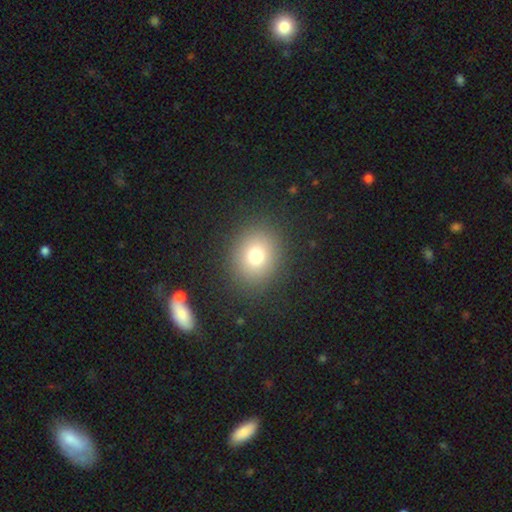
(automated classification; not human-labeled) Smooth or featured?
  - smooth: 75% *
  - star or artifact: 15%
  - featured or disk: 10%
How rounded?
  - round: 69% *
  - in between: 30%
  - cigar-shaped: 1%
Merging?
  - none: 88% *
  - minor disturbance: 7%
  - major disturbance: 4%
  - merger: 1%